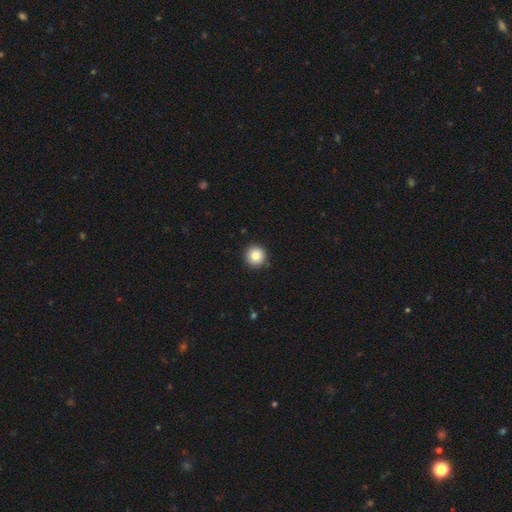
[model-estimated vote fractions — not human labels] Overall: smooth (85%). How rounded: round (95%). Merging: none (91%).